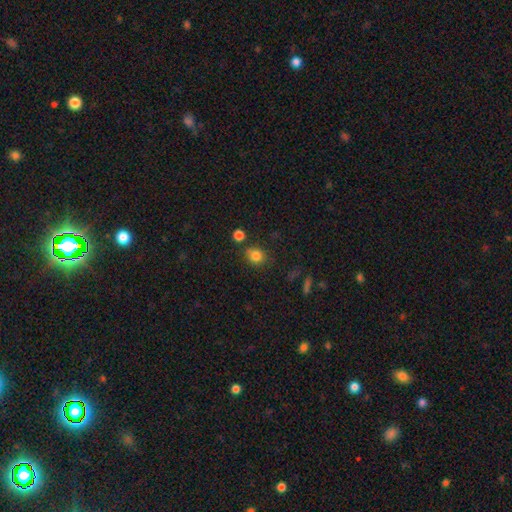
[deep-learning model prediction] Morphology: type=smooth (82%); roundness=round (69%); merging=none (75%).